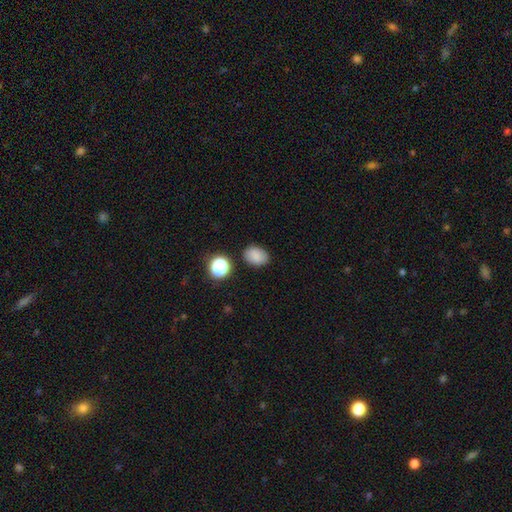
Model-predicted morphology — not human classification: Smooth or featured? smooth (83%)
How rounded? in between (70%)
Merging? none (83%)